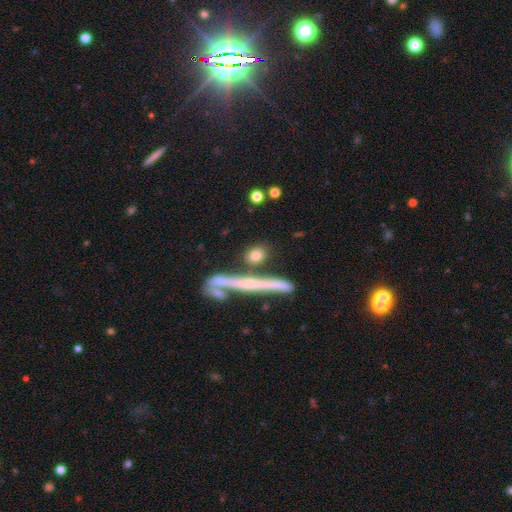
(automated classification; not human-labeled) Morphology: type=smooth (76%); roundness=round (46%); merging=none (72%).